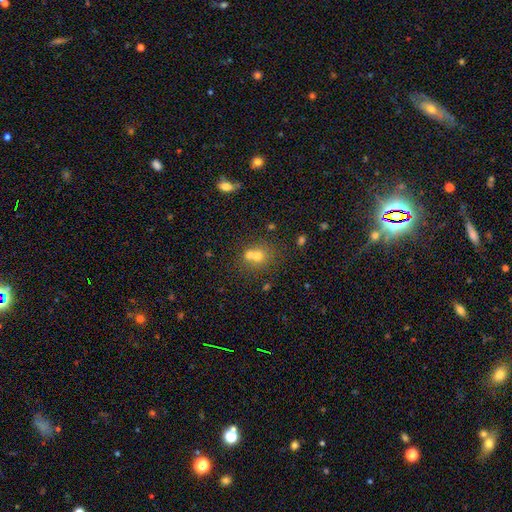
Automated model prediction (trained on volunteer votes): Smooth or featured? smooth (66%)
How rounded? round (78%)
Merging? merger (53%)